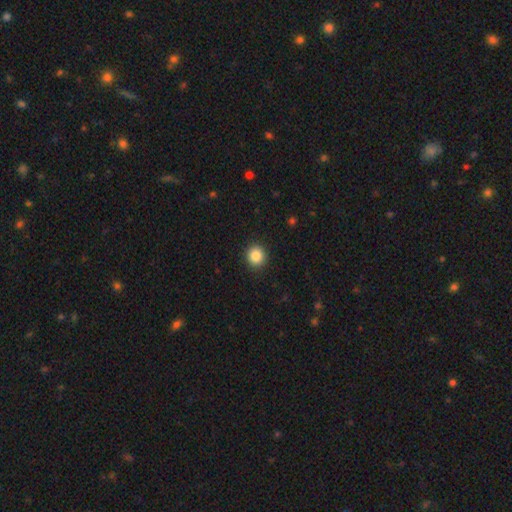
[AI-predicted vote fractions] Overall: smooth (86%). How rounded: round (88%). Merging: none (92%).